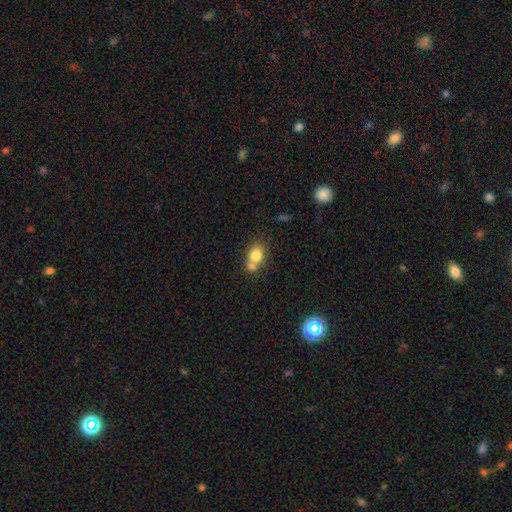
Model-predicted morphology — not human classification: smooth_or_featured: smooth (p=0.78) [alt: featured or disk p=0.13]
how_rounded: round (p=0.56) [alt: in between p=0.43]
merging: merger (p=0.48) [alt: none p=0.38]